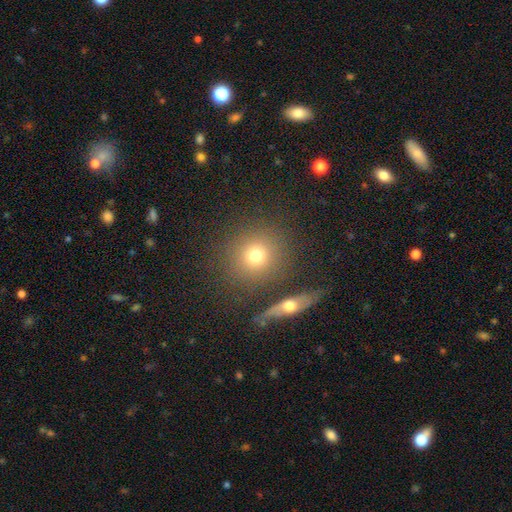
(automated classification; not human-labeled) Q: Smooth or featured?
A: smooth (74%); runner-up: featured or disk (14%)
Q: How rounded?
A: round (88%); runner-up: in between (10%)
Q: Merging?
A: none (79%); runner-up: merger (9%)